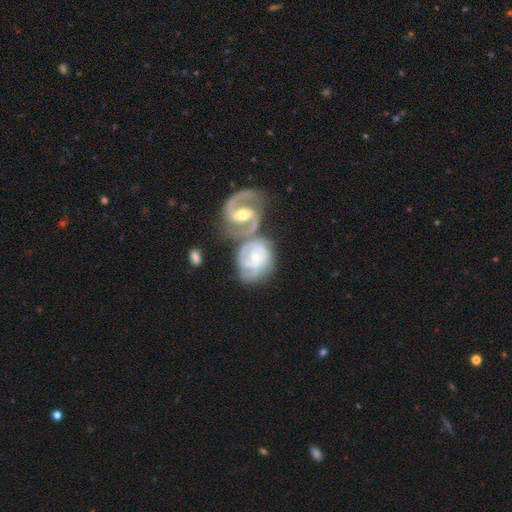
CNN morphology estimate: type=featured or disk (79%); edge-on=no (97%); bar=no (51%); spiral arms=yes (92%); winding=medium (47%); arm count=2 (65%); bulge=small (57%); merging=merger (53%).